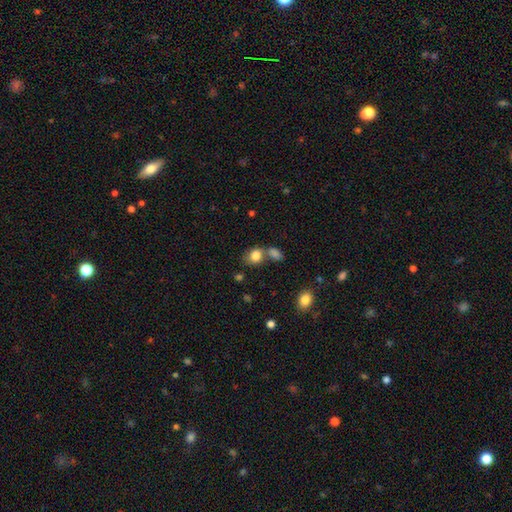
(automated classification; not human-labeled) Smooth or featured? smooth (82%)
How rounded? round (53%)
Merging? none (46%)